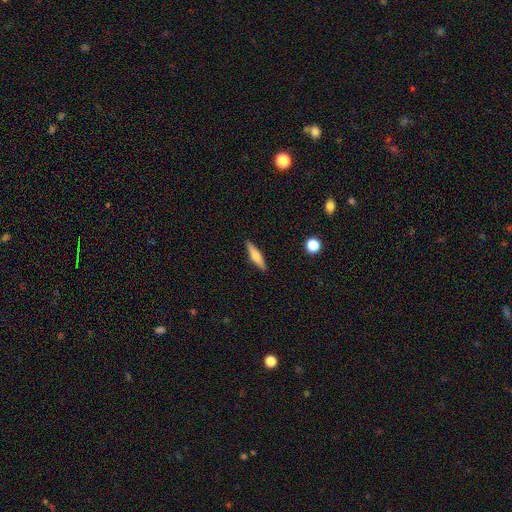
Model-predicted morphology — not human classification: smooth-or-featured: smooth: 59% | featured or disk: 35% | star or artifact: 7%
  how-rounded: cigar-shaped: 81% | in between: 17% | round: 2%
  merging: none: 90% | minor disturbance: 7% | major disturbance: 2% | merger: 1%